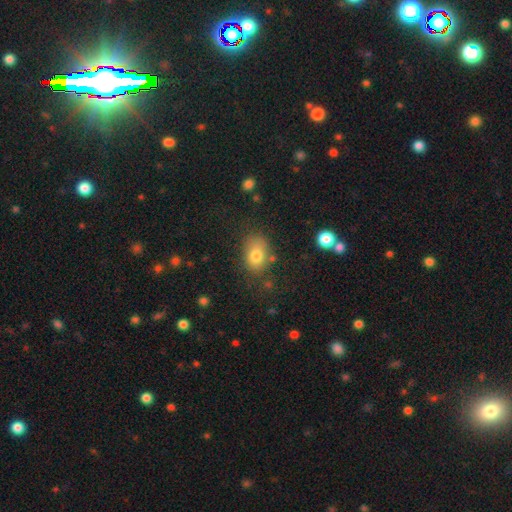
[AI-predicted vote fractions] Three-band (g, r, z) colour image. It shows a smooth galaxy with no disk features (78%) that is in between round and cigar-shaped (75%). Merging: none (71%).